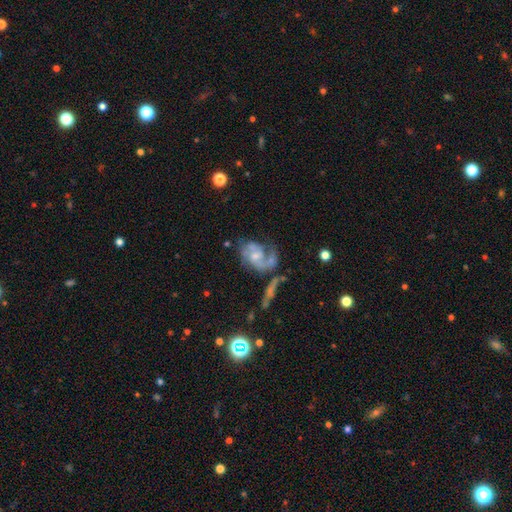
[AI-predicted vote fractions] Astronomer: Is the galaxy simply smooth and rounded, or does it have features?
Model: featured or disk — 79%.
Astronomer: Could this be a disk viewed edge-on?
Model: no — 97%.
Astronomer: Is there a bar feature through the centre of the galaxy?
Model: no — 58% (runner-up: weak, 35%).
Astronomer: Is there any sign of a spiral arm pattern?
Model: yes — 90%.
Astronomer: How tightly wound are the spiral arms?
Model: medium — 48% (runner-up: loose, 29%).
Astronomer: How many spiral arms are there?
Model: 2 — 65%.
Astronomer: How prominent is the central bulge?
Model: small — 48% (runner-up: moderate, 39%).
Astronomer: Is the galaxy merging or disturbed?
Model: none — 37% (runner-up: major disturbance, 26%).